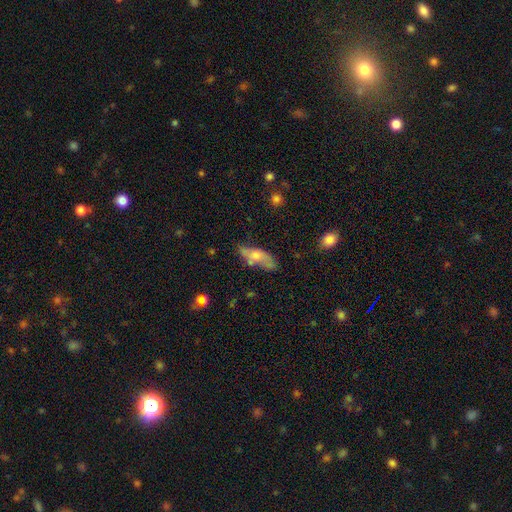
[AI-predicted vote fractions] smooth 60%, featured or disk 33%, star or artifact 8%. Down the decision tree: how rounded — in between (70%); merging — none (51%).